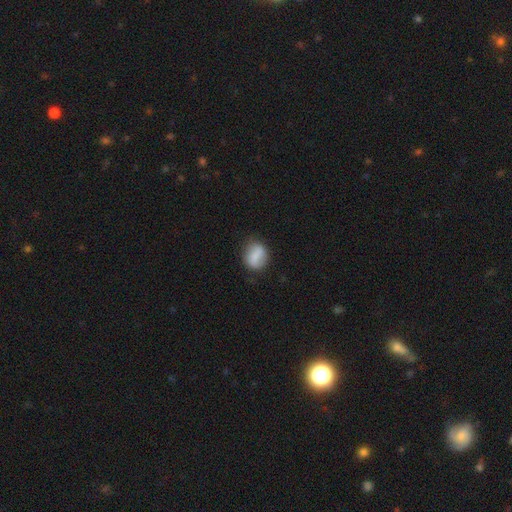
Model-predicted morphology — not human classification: A smooth galaxy with no disk features (75%) that is in between round and cigar-shaped (50%). Merging: none (76%).